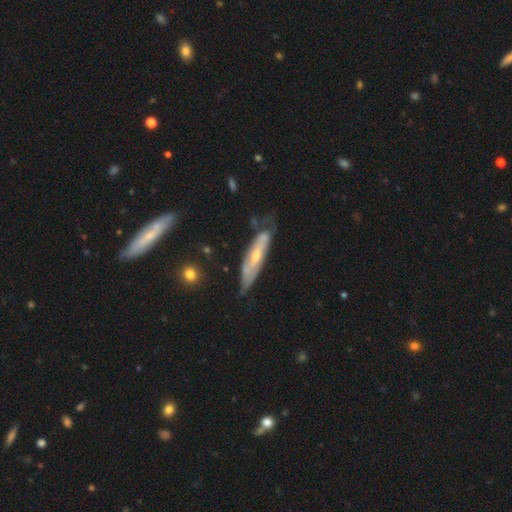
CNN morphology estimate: Smooth or featured?
  - featured or disk: 69% *
  - smooth: 25%
  - star or artifact: 6%
Edge-on disk?
  - no: 59% *
  - yes: 41%
Merging?
  - none: 58% *
  - minor disturbance: 29%
  - major disturbance: 10%
  - merger: 3%